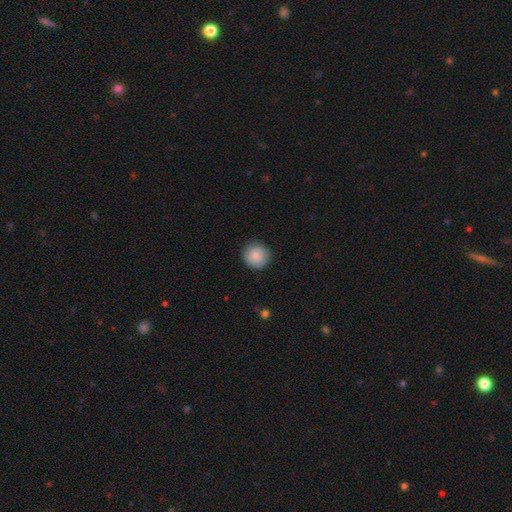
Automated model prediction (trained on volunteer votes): The model was most divided on "merging": none: 86%, minor disturbance: 10%, major disturbance: 2%, merger: 1%. More confident: how rounded — round (94%); smooth or featured — smooth (85%).